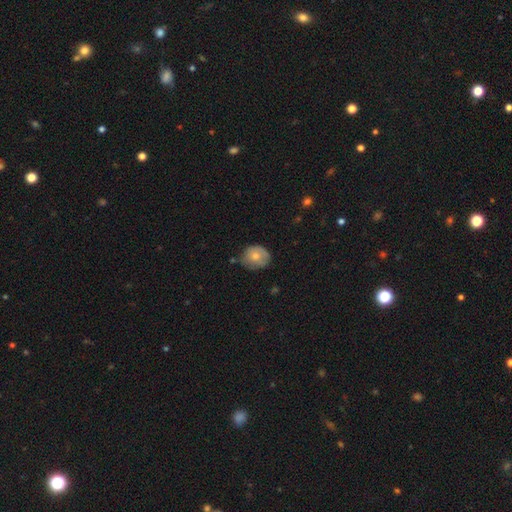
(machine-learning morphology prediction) The model was most divided on "merging": none: 58%, minor disturbance: 33%, major disturbance: 6%, merger: 3%. More confident: smooth or featured — smooth (70%); how rounded — round (67%).